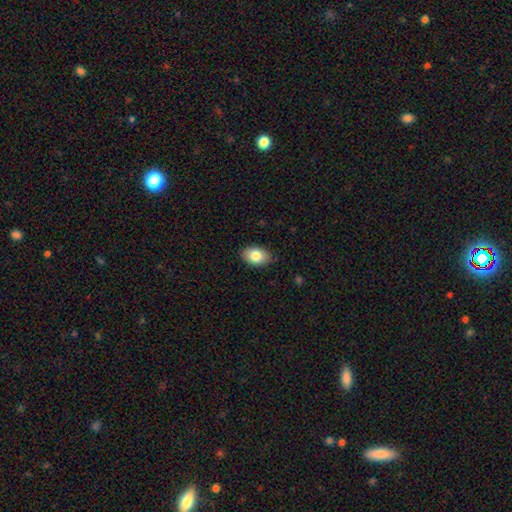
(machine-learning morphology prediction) This is clearly a smooth galaxy (83%). How rounded: clearly in between (88%). Merging: clearly none (86%).